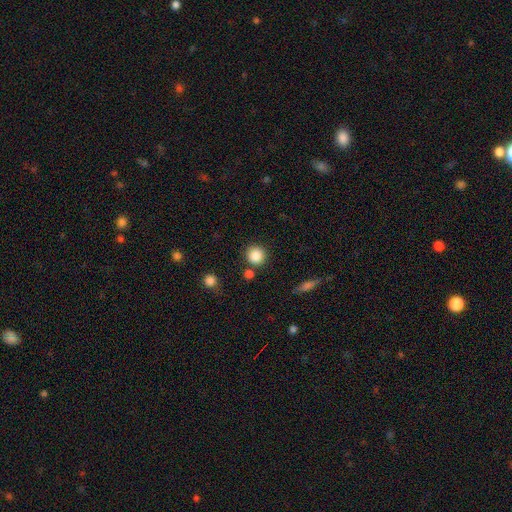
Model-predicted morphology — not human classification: Q: Smooth or featured?
A: smooth (86%); runner-up: star or artifact (9%)
Q: How rounded?
A: round (92%); runner-up: in between (7%)
Q: Merging?
A: none (81%); runner-up: minor disturbance (8%)